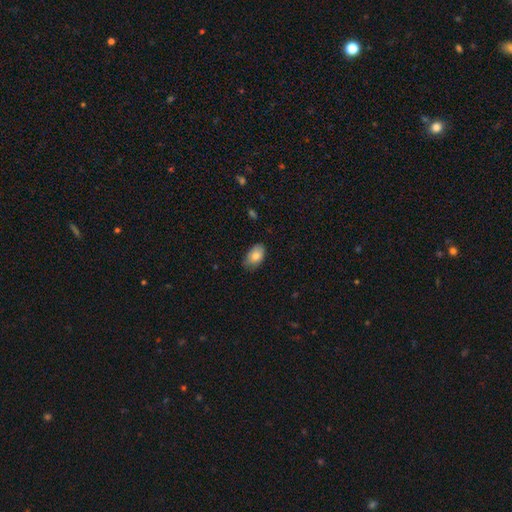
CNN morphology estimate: Smooth or featured? Predicted: smooth (p=0.83). How rounded? Predicted: in between (p=0.93). Merging? Predicted: none (p=0.76).